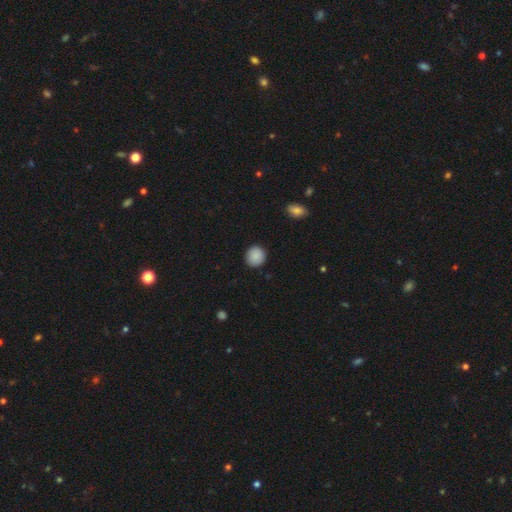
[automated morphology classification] Q: Smooth or featured?
A: smooth (89%); runner-up: star or artifact (8%)
Q: How rounded?
A: round (88%); runner-up: in between (11%)
Q: Merging?
A: none (90%); runner-up: minor disturbance (7%)